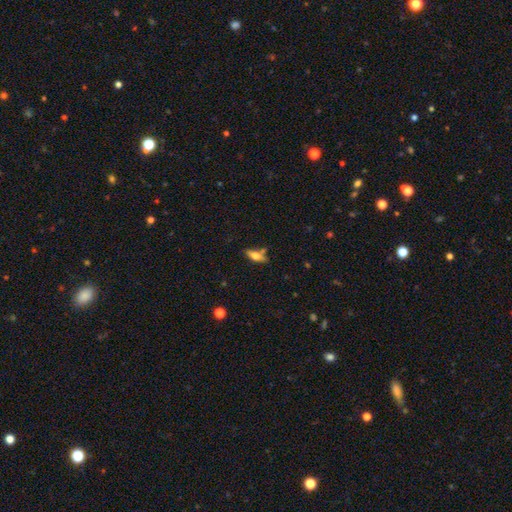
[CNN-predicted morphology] smooth_or_featured: smooth (p=0.55) [alt: featured or disk p=0.36]
how_rounded: in between (p=0.63) [alt: cigar-shaped p=0.34]
merging: none (p=0.63) [alt: minor disturbance p=0.17]